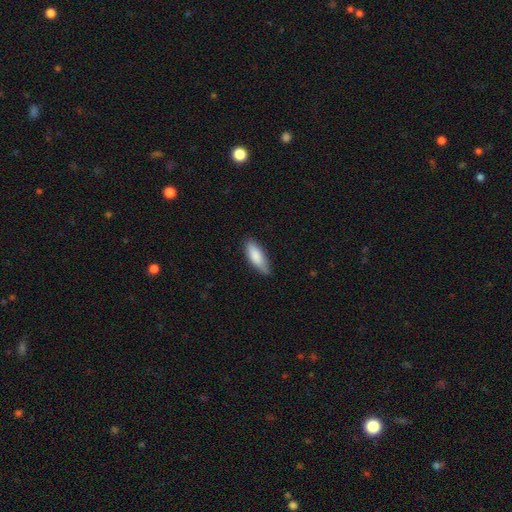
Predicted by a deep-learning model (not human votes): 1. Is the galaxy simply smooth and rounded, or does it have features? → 85% smooth, 10% featured or disk, 6% star or artifact.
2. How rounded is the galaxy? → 64% in between, 35% cigar-shaped, 2% round.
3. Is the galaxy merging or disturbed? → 79% none, 18% minor disturbance, 3% major disturbance, 1% merger.